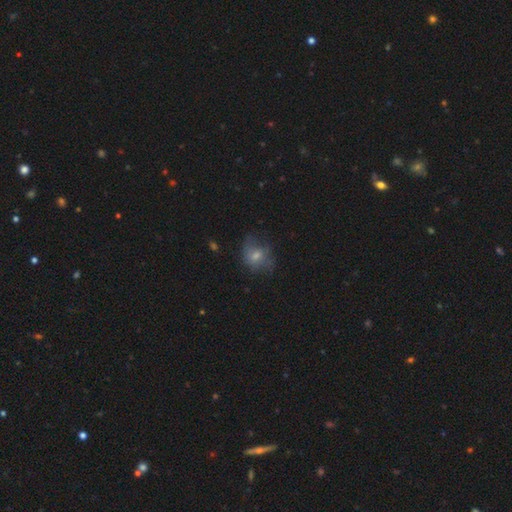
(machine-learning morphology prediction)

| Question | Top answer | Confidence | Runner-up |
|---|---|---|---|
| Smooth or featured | smooth | 52% | featured or disk (31%) |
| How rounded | round | 57% | in between (42%) |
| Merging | none | 57% | minor disturbance (25%) |